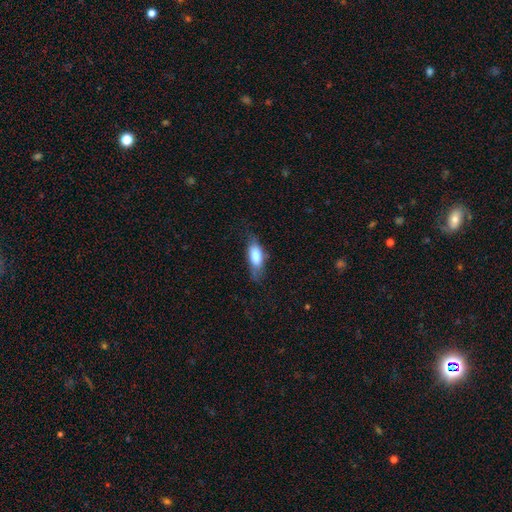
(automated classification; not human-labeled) This appears to be a smooth galaxy with no disk features (73%) that is in between round and cigar-shaped (73%). Merging: none (66%).